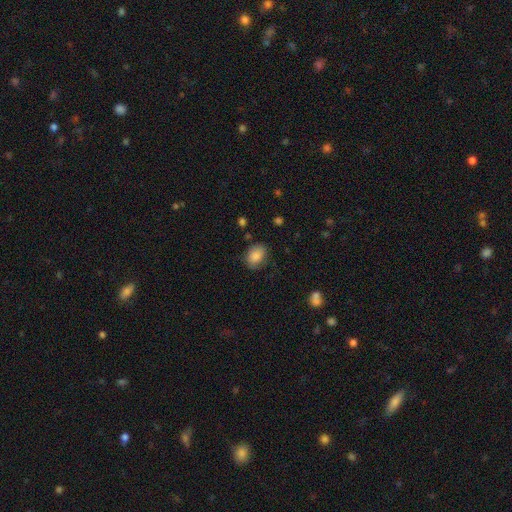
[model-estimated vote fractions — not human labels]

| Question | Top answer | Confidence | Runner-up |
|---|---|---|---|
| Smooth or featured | smooth | 85% | star or artifact (8%) |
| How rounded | in between | 67% | round (32%) |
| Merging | none | 76% | minor disturbance (17%) |